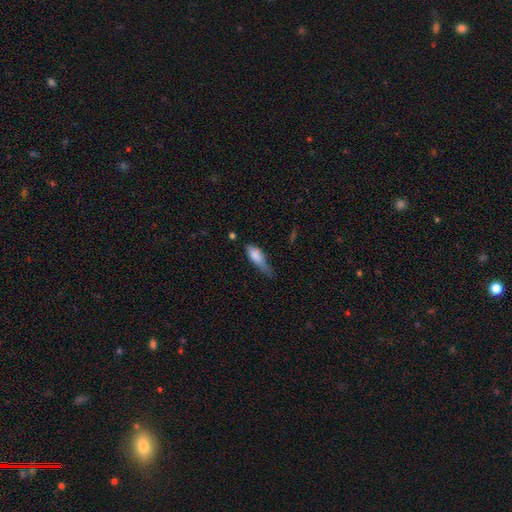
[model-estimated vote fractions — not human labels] Q: Smooth or featured?
A: smooth (77%); runner-up: featured or disk (16%)
Q: How rounded?
A: in between (62%); runner-up: cigar-shaped (35%)
Q: Merging?
A: minor disturbance (45%); runner-up: none (28%)